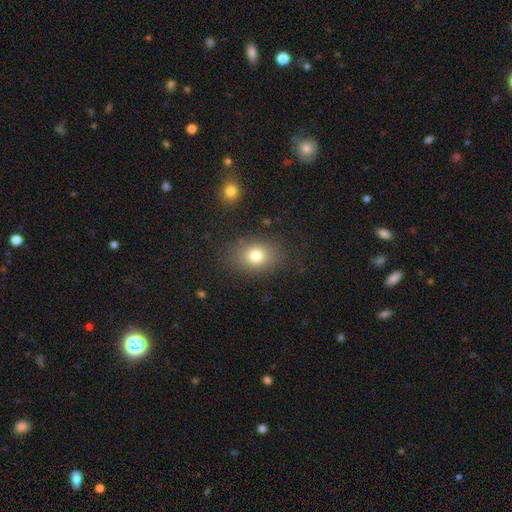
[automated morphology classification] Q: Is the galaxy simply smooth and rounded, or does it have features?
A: smooth — 78%.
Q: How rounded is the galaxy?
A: in between — 58%.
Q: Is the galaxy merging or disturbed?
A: none — 82%.